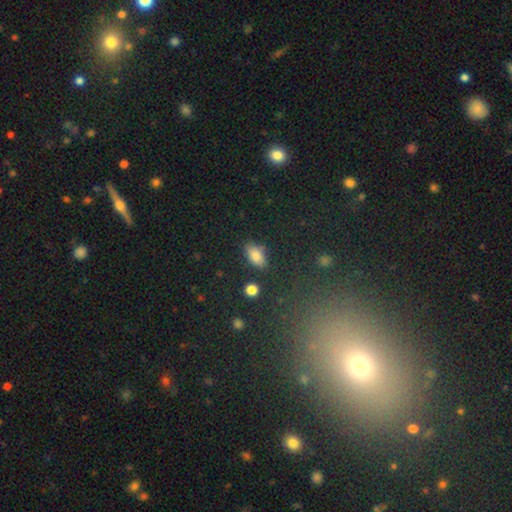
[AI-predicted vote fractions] Smooth or featured: smooth — 83% (star or artifact — 10%)
How rounded: in between — 89% (cigar-shaped — 6%)
Merging: none — 79% (minor disturbance — 14%)